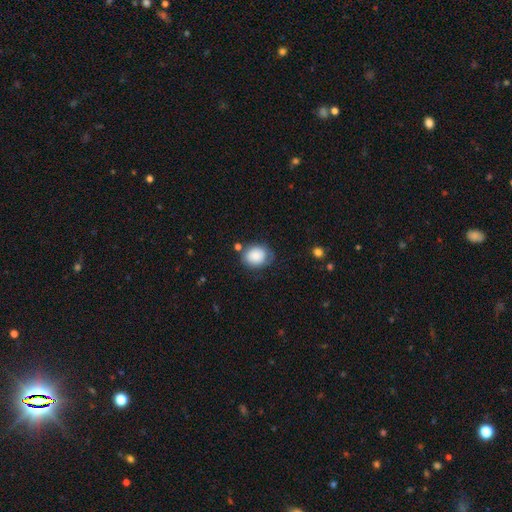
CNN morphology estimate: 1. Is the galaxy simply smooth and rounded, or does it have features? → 82% smooth, 10% featured or disk, 8% star or artifact.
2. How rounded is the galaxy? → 57% round, 42% in between, 1% cigar-shaped.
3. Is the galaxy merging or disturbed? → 62% none, 23% minor disturbance, 9% major disturbance, 6% merger.